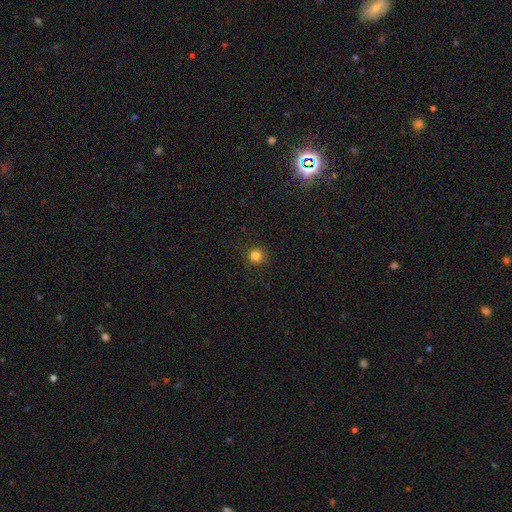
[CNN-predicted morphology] Smooth or featured? Predicted: smooth (p=0.82). How rounded? Predicted: round (p=0.94). Merging? Predicted: none (p=0.91).